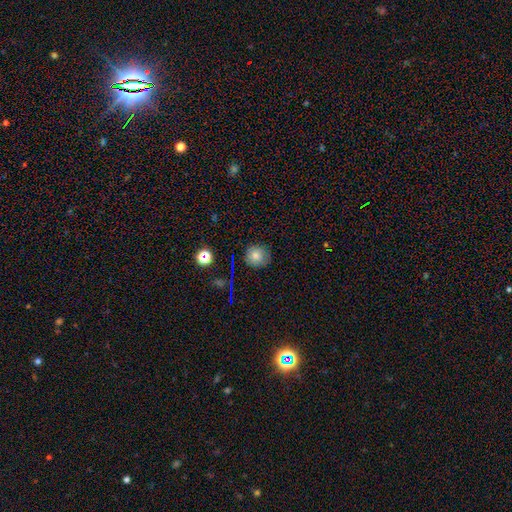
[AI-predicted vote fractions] Q: Smooth or featured?
A: smooth (77%); runner-up: star or artifact (13%)
Q: How rounded?
A: round (89%); runner-up: in between (10%)
Q: Merging?
A: none (81%); runner-up: minor disturbance (14%)